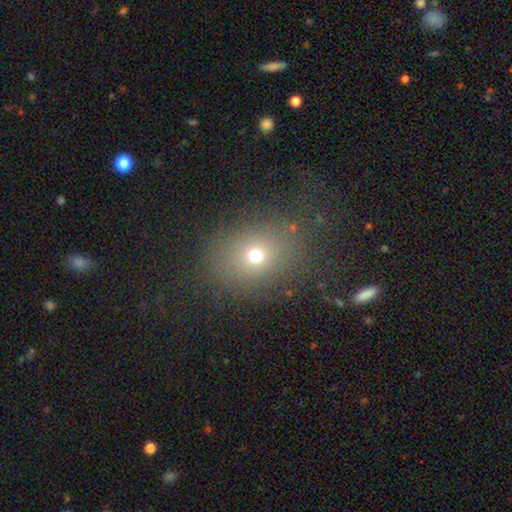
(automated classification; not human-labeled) Morphology: type=smooth (67%); roundness=round (57%); merging=none (82%).